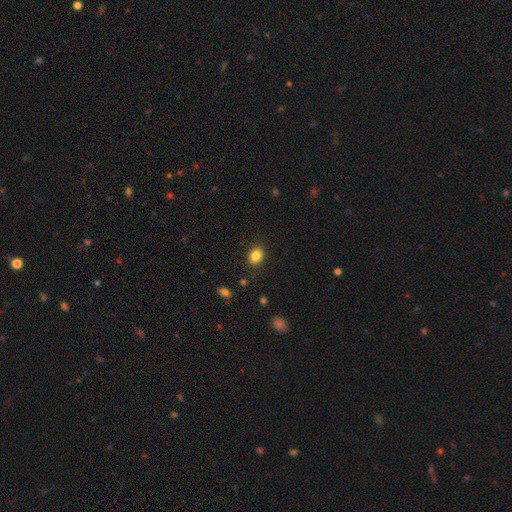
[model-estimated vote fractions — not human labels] The model was most divided on "how rounded": in between: 56%, round: 43%, cigar-shaped: 1%. More confident: merging — none (87%); smooth or featured — smooth (85%).